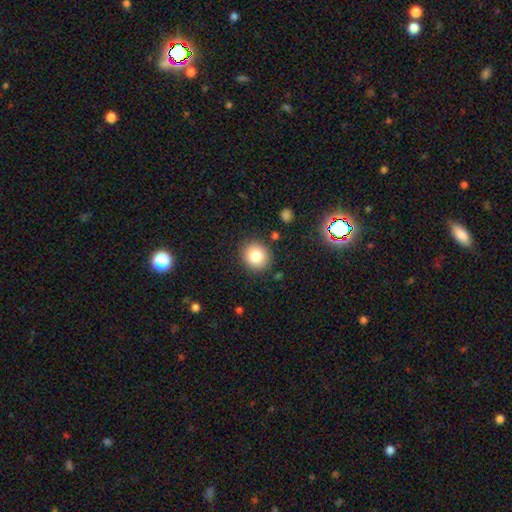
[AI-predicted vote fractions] smooth_or_featured: smooth (p=0.81) [alt: star or artifact p=0.11]
how_rounded: round (p=0.84) [alt: in between p=0.15]
merging: none (p=0.87) [alt: minor disturbance p=0.08]